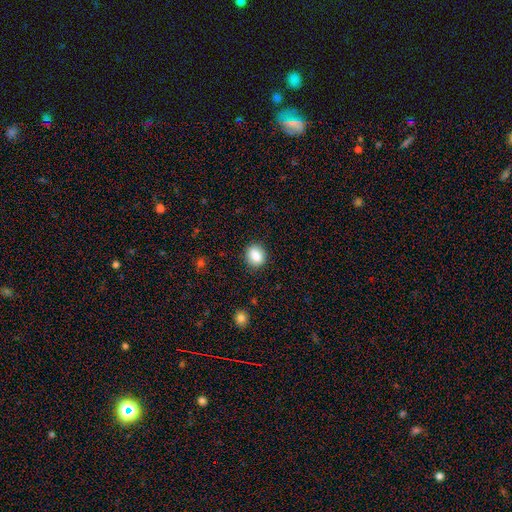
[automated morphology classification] type=smooth (86%); roundness=round (56%); merging=none (88%).